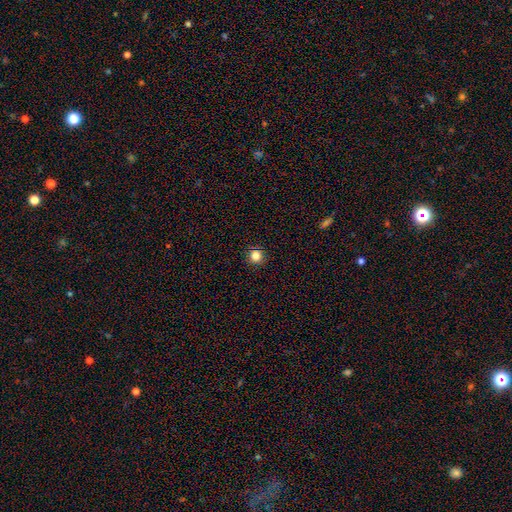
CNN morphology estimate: type=smooth (83%); roundness=round (93%); merging=none (92%).